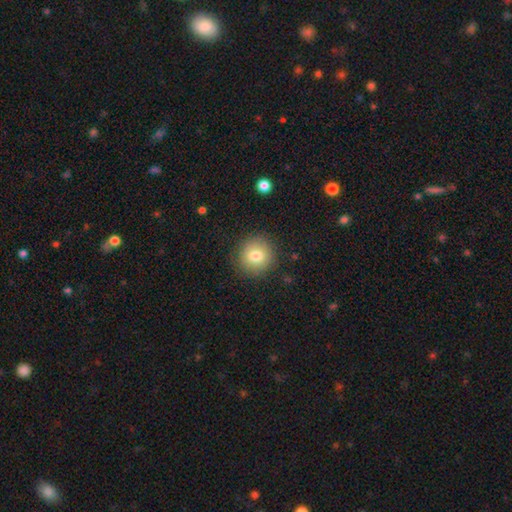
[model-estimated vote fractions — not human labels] Morphology: type=smooth (78%); roundness=round (92%); merging=none (88%).